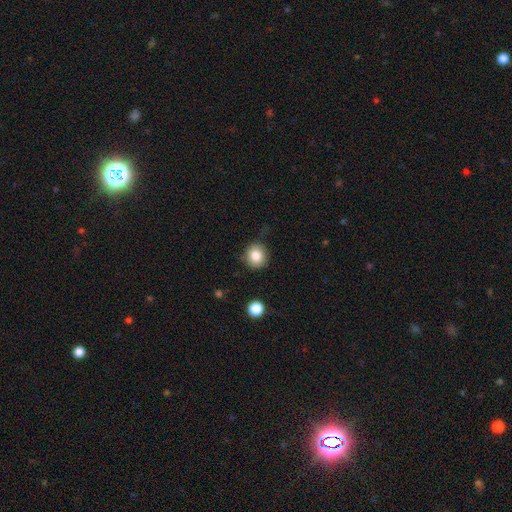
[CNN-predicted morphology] Q: Smooth or featured?
A: smooth (84%); runner-up: star or artifact (10%)
Q: How rounded?
A: round (88%); runner-up: in between (11%)
Q: Merging?
A: none (78%); runner-up: minor disturbance (16%)